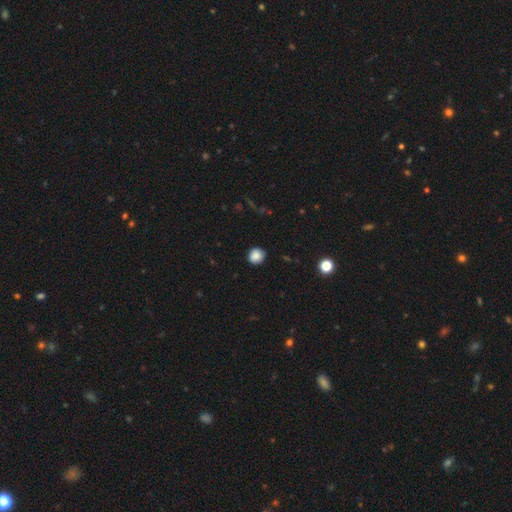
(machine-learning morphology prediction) Smooth or featured? smooth (86%)
How rounded? round (86%)
Merging? none (88%)